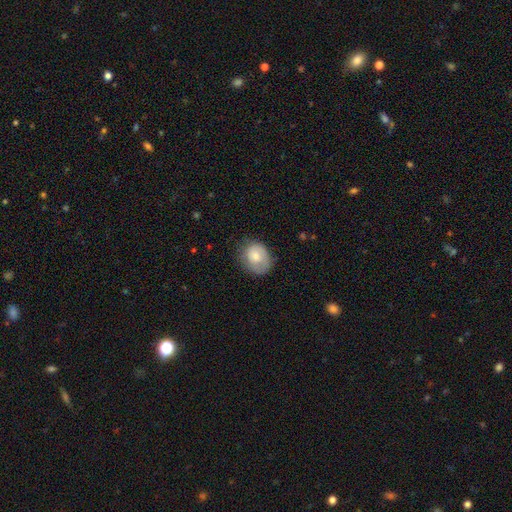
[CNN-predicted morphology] smooth 66%, featured or disk 28%, star or artifact 7%. Down the decision tree: how rounded — round (55%); merging — none (64%).